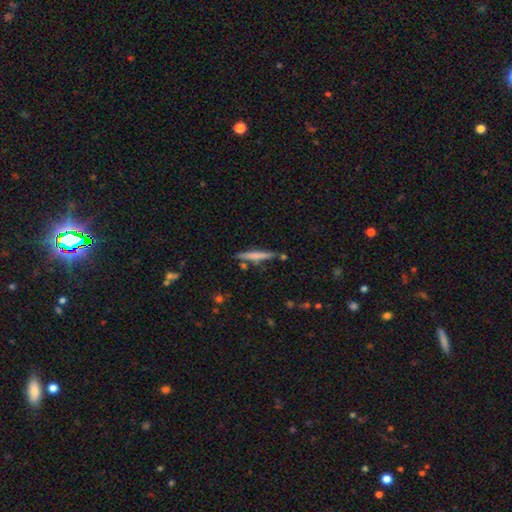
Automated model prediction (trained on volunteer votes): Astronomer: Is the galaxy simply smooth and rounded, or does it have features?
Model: smooth — 58% (runner-up: featured or disk, 35%).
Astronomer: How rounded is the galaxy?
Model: cigar-shaped — 94%.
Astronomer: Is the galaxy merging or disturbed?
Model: none — 77%.